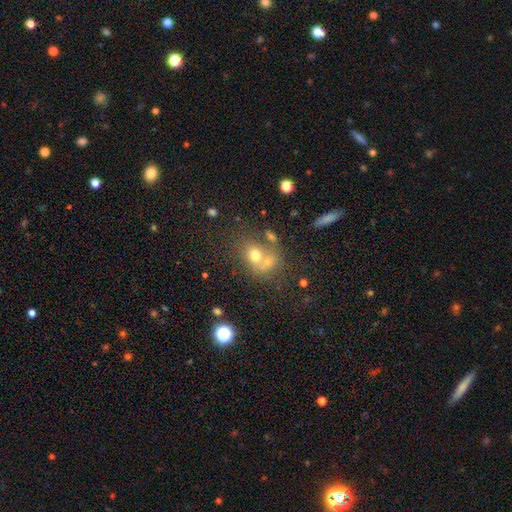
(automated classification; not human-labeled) This is likely a smooth galaxy (63%). How rounded: possibly round (54%). Merging: possibly merger (46%).